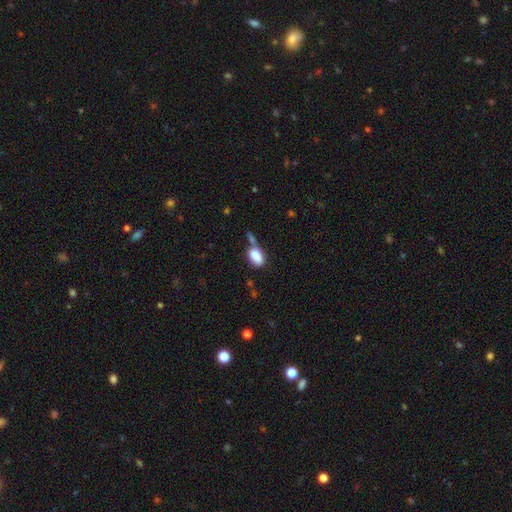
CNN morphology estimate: smooth-or-featured: smooth: 82% | featured or disk: 9% | star or artifact: 9%
  how-rounded: in between: 87% | round: 9% | cigar-shaped: 4%
  merging: none: 42% | merger: 27% | minor disturbance: 20% | major disturbance: 10%